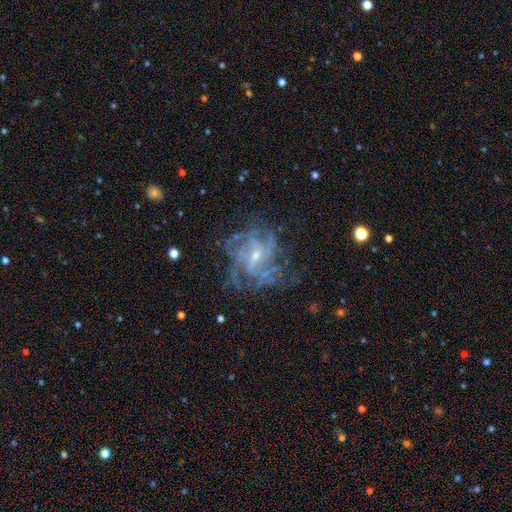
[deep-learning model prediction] A featured or disk galaxy (84%) with no bar (45%), medium (43%) spiral arms (90%) and a small central bulge (68%).

Vote fractions:
- Smooth or featured? featured or disk: 84% / star or artifact: 10% / smooth: 6%
- Edge-on disk? no: 97% / yes: 3%
- Bar? no: 45% / weak: 43% / strong: 12%
- Spiral arms? yes: 90% / no: 10%
- Spiral winding? medium: 43% / tight: 40% / loose: 17%
- Spiral arm count? can't tell: 35% / 4: 23% / 3: 14% / more than 4: 11% / 2: 10% / 1: 6%
- Bulge size? small: 68% / moderate: 27% / none: 3% / large: 1% / dominant: 1%
- Merging? none: 63% / minor disturbance: 18% / major disturbance: 17% / merger: 2%